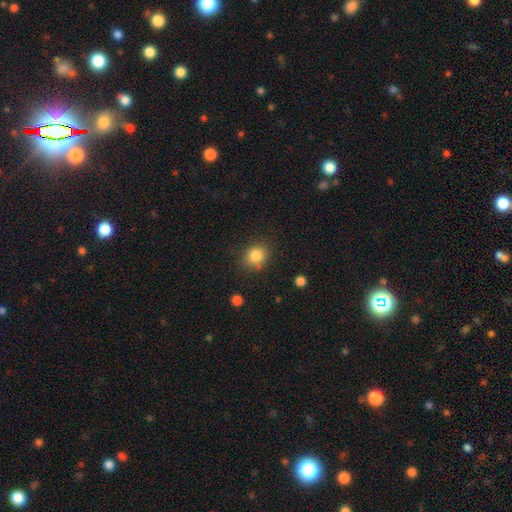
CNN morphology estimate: Q: Smooth or featured?
A: smooth (84%); runner-up: star or artifact (10%)
Q: How rounded?
A: round (71%); runner-up: in between (28%)
Q: Merging?
A: none (80%); runner-up: minor disturbance (13%)